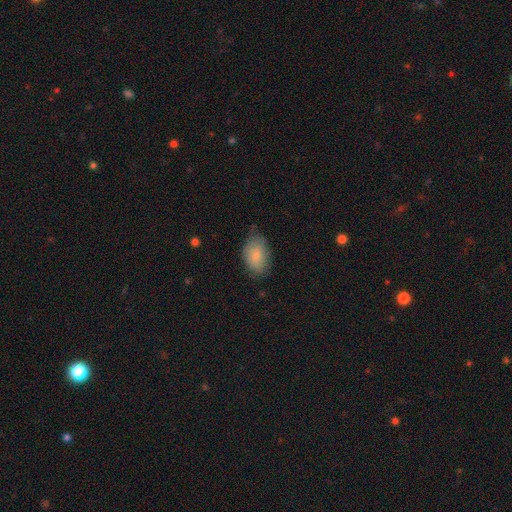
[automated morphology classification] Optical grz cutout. It shows a smooth galaxy with no disk features (84%) that is in between round and cigar-shaped (90%). Merging: none (66%).